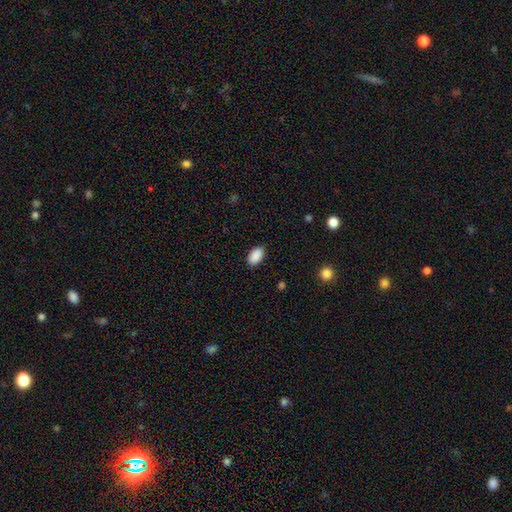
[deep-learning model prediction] A smooth galaxy with no disk features (90%) that is in between round and cigar-shaped (94%). Merging: none (88%).